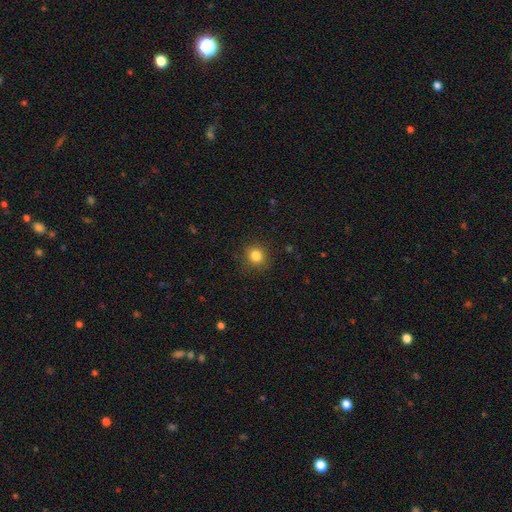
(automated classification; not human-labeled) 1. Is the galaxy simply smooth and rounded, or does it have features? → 83% smooth, 12% star or artifact, 5% featured or disk.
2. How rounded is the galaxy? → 84% round, 15% in between, 1% cigar-shaped.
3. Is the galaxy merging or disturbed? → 88% none, 8% minor disturbance, 3% major disturbance, 1% merger.